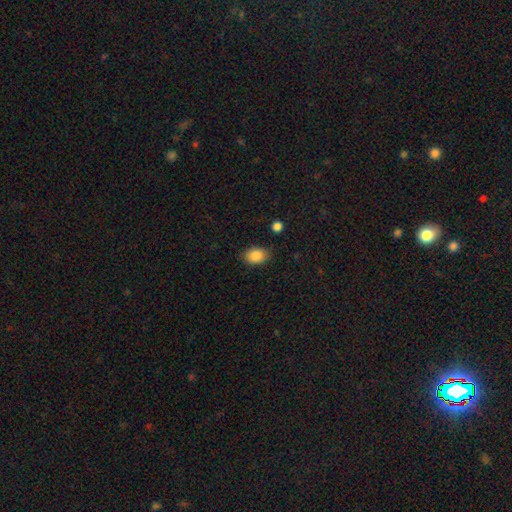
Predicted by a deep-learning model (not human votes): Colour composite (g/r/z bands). It shows a smooth galaxy with no disk features (86%) that is in between round and cigar-shaped (73%). Merging: none (82%).